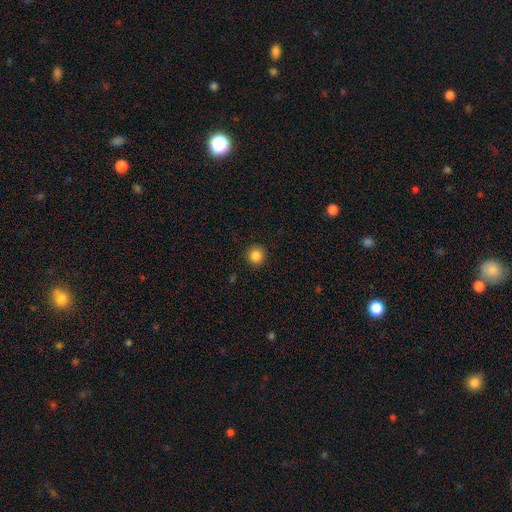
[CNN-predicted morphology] smooth-or-featured: smooth: 86% | star or artifact: 10% | featured or disk: 4%
  how-rounded: round: 93% | in between: 6% | cigar-shaped: 1%
  merging: none: 92% | minor disturbance: 5% | major disturbance: 2% | merger: 1%